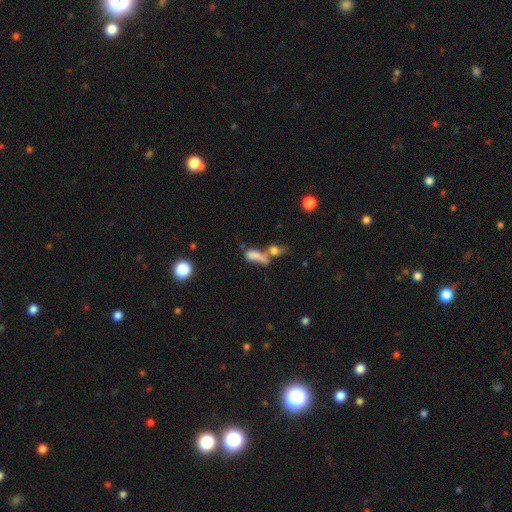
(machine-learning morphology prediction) smooth 66%, featured or disk 22%, star or artifact 13%. Down the decision tree: how rounded — in between (70%); merging — merger (60%).